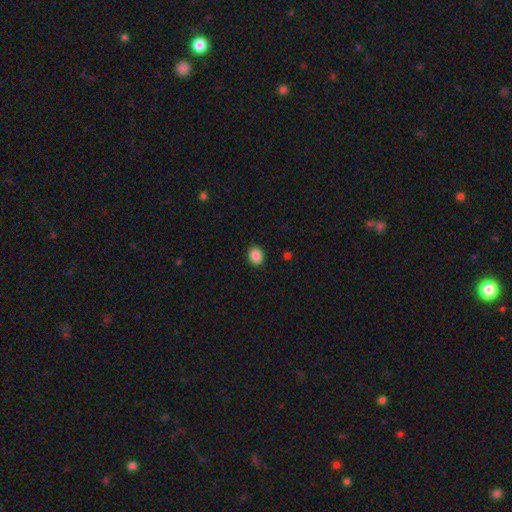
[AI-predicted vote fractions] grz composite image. It shows a smooth galaxy with no disk features (89%) that is in between round and cigar-shaped (51%). Merging: none (91%).